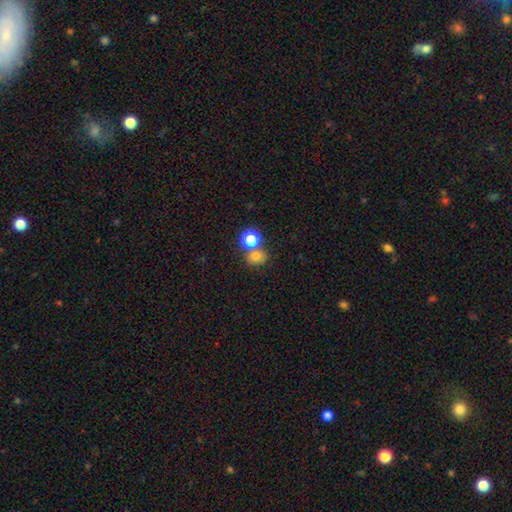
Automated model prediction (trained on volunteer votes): A smooth galaxy with no disk features (73%) that is round (75%).

Vote fractions:
- Smooth or featured? smooth: 73% / star or artifact: 19% / featured or disk: 8%
- How rounded? round: 75% / in between: 24% / cigar-shaped: 1%
- Merging? none: 59% / merger: 29% / minor disturbance: 9% / major disturbance: 4%